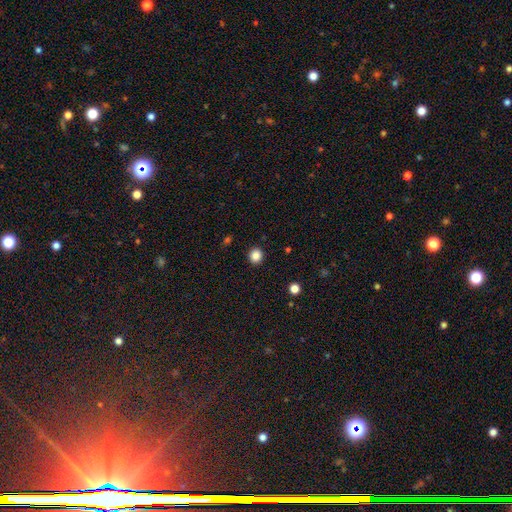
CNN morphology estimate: A smooth galaxy with no disk features (86%) that is round (84%).

Vote fractions:
- Smooth or featured? smooth: 86% / star or artifact: 11% / featured or disk: 4%
- How rounded? round: 84% / in between: 15% / cigar-shaped: 1%
- Merging? none: 92% / minor disturbance: 5% / major disturbance: 2% / merger: 1%